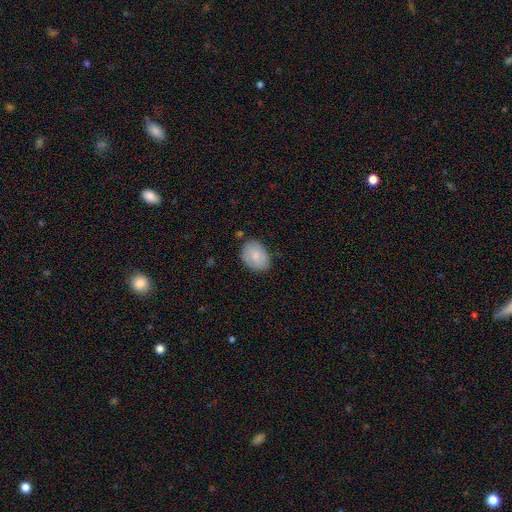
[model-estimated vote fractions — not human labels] A smooth galaxy with no disk features (76%) that is in between round and cigar-shaped (73%). Merging: none (78%).